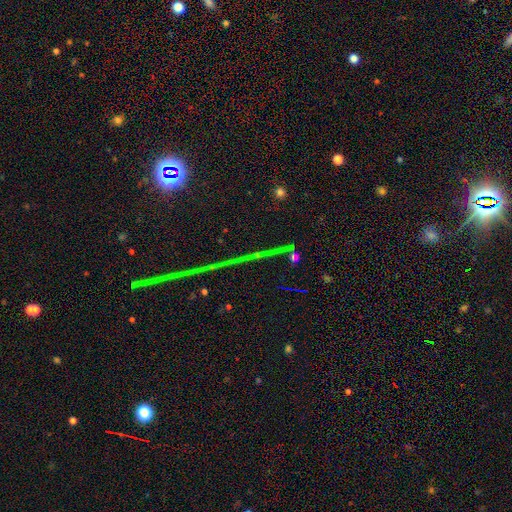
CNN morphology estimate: Smooth or featured? Predicted: star or artifact (p=0.78).